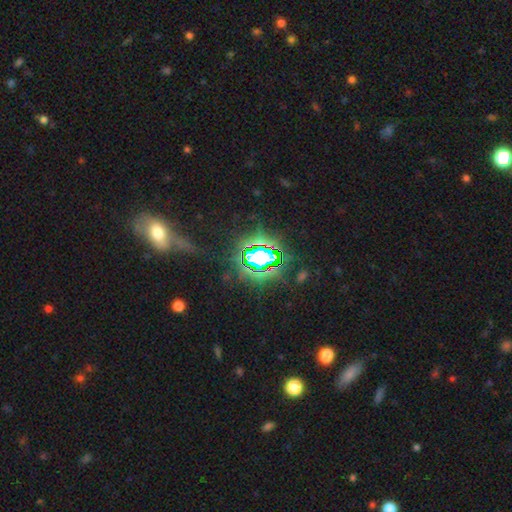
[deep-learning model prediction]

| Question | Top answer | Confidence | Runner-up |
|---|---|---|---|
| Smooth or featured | star or artifact | 78% | smooth (13%) |